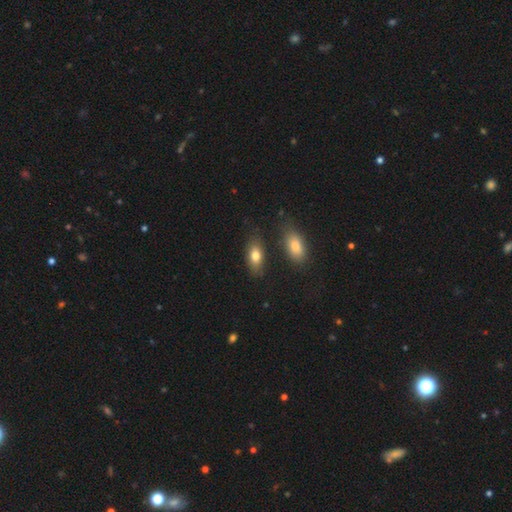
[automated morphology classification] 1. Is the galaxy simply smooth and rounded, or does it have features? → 79% smooth, 14% featured or disk, 7% star or artifact.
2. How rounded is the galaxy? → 87% in between, 8% cigar-shaped, 5% round.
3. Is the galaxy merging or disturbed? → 78% none, 13% minor disturbance, 5% merger, 4% major disturbance.